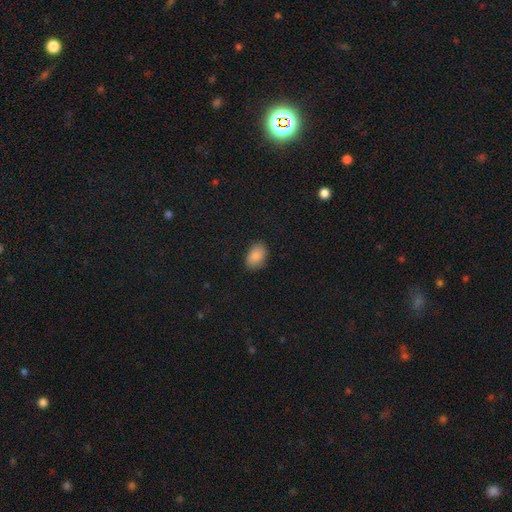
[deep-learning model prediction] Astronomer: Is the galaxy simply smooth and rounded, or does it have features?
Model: smooth — 88%.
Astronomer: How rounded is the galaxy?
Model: in between — 85%.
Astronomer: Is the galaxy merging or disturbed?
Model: none — 83%.